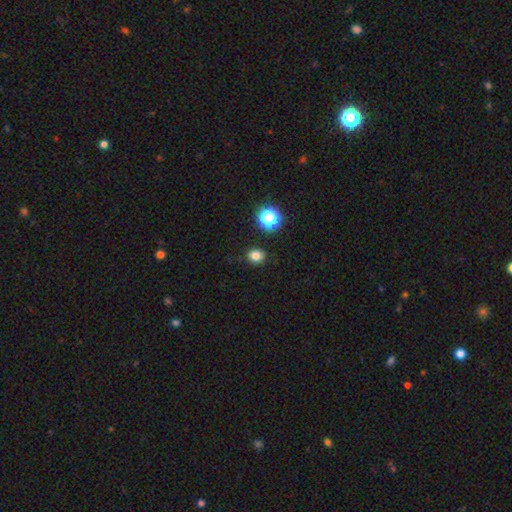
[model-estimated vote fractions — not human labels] smooth 79%, star or artifact 15%, featured or disk 5%. Down the decision tree: how rounded — round (65%); merging — none (89%).